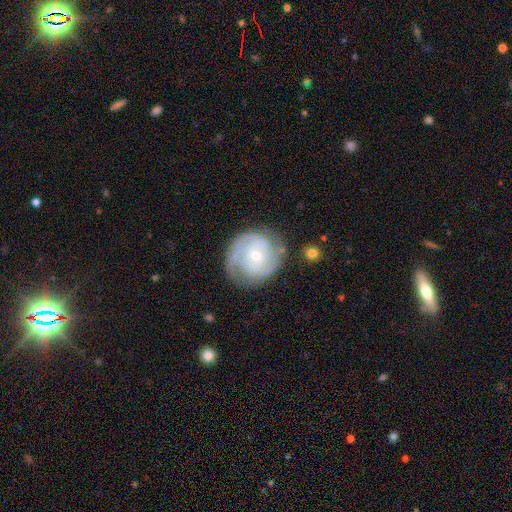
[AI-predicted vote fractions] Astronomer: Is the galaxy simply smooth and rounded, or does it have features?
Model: featured or disk — 84%.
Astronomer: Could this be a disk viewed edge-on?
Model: no — 98%.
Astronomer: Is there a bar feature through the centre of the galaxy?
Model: no — 69%.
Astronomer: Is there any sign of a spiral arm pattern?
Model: yes — 96%.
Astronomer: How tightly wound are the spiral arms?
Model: tight — 65%.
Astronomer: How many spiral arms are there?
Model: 2 — 52%.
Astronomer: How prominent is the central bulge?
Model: small — 67%.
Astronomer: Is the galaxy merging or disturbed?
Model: none — 79%.